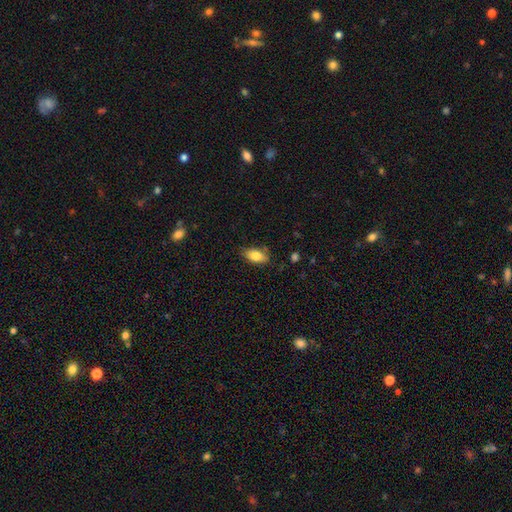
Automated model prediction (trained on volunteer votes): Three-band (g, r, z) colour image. It shows a smooth galaxy with no disk features (82%) that is in between round and cigar-shaped (90%). Merging: none (77%).